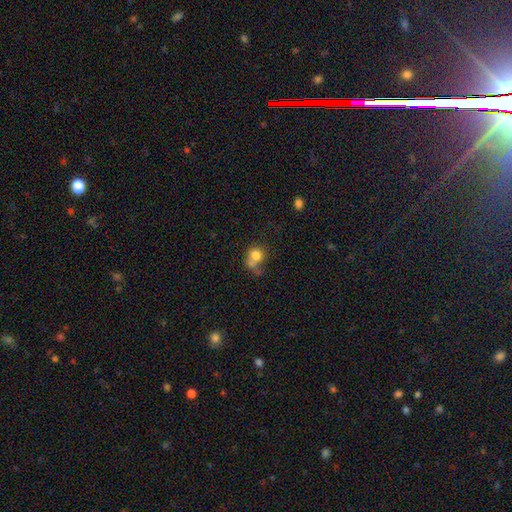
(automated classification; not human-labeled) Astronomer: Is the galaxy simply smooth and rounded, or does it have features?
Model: smooth — 77%.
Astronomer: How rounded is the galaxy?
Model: round — 76%.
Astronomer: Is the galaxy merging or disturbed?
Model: merger — 40% (runner-up: none, 35%).